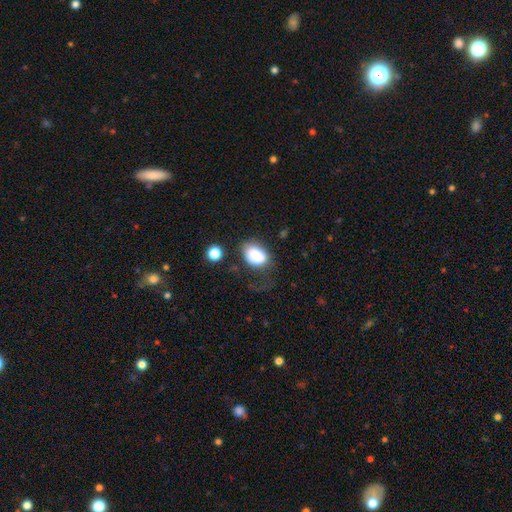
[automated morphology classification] Overall: smooth (82%). How rounded: in between (77%). Merging: none (47%; minor disturbance 25%).